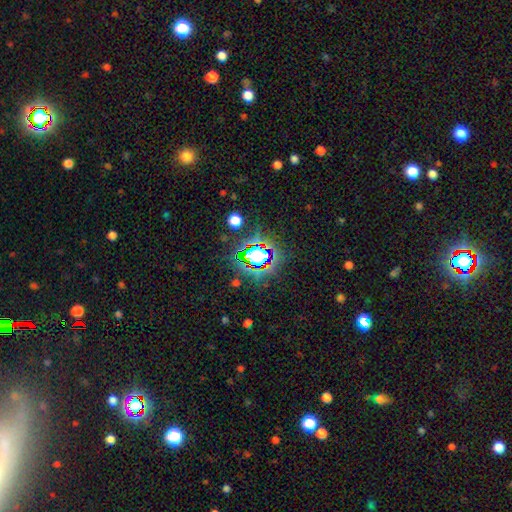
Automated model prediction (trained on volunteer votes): This appears to be a star or artifact, not a galaxy (63%).